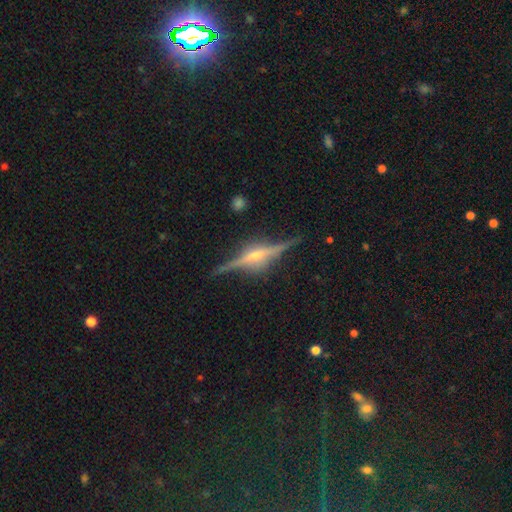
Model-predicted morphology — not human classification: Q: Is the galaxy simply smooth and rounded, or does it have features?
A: featured or disk — 87%.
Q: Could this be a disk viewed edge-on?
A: yes — 97%.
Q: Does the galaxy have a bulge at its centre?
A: rounded — 80%.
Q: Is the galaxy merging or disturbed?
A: none — 85%.